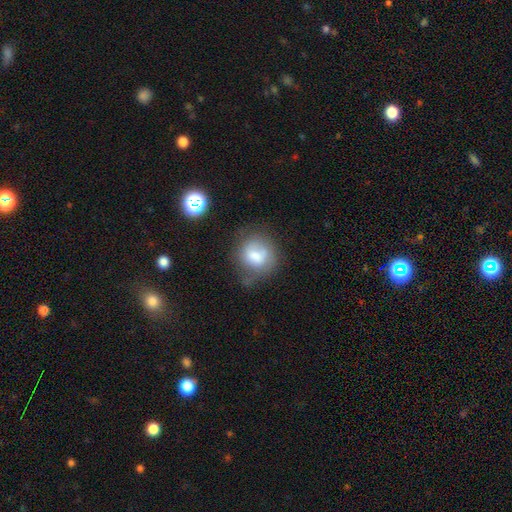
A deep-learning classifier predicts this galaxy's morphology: A smooth galaxy with no disk features (69%) that is round (73%). Merging: none (45%).